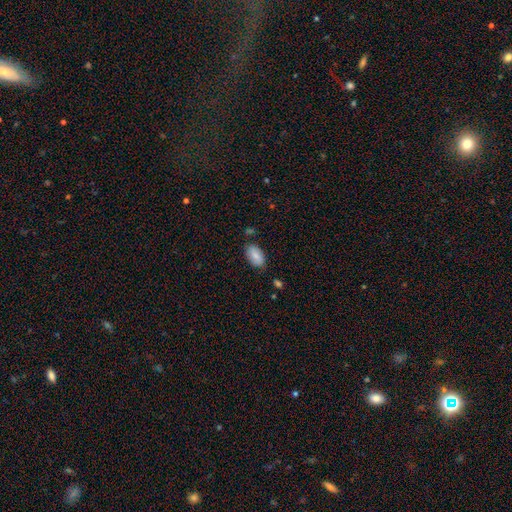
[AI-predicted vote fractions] Smooth or featured?
  - smooth: 84% *
  - featured or disk: 10%
  - star or artifact: 7%
How rounded?
  - in between: 95% *
  - round: 3%
  - cigar-shaped: 2%
Merging?
  - none: 79% *
  - minor disturbance: 15%
  - merger: 3%
  - major disturbance: 3%